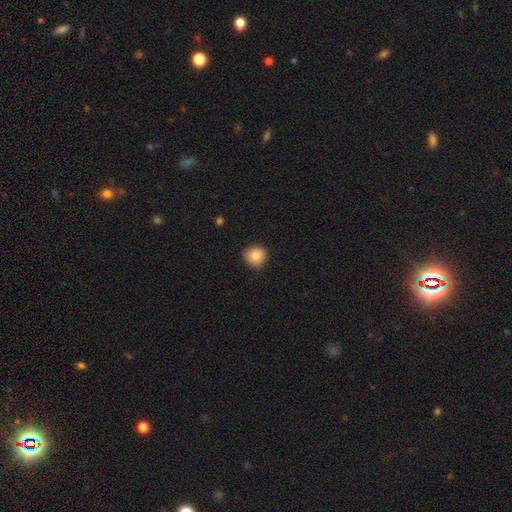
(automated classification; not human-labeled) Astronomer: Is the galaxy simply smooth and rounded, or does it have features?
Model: smooth — 85%.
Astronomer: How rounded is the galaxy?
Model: round — 89%.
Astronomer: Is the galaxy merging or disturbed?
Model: none — 81%.